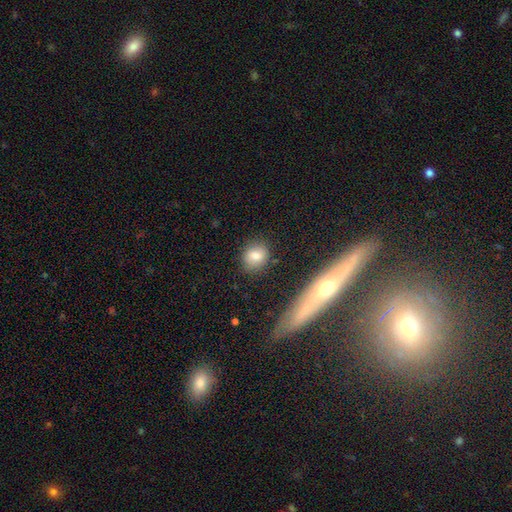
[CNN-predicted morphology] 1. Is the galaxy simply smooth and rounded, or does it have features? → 78% smooth, 11% featured or disk, 11% star or artifact.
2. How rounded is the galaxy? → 74% round, 24% in between, 2% cigar-shaped.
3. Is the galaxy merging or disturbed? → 84% none, 10% minor disturbance, 3% merger, 3% major disturbance.